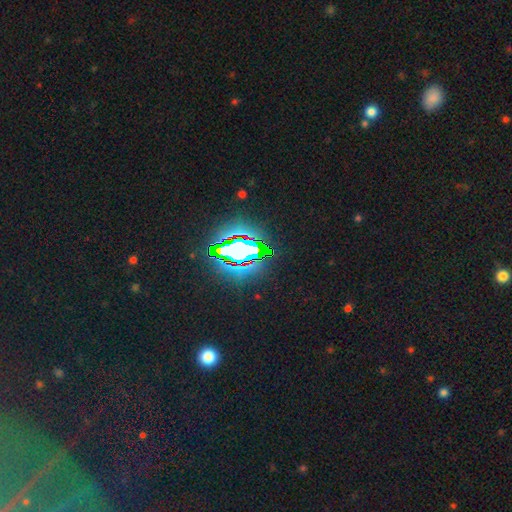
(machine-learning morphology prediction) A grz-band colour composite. It shows a star or artifact, not a galaxy (84%).